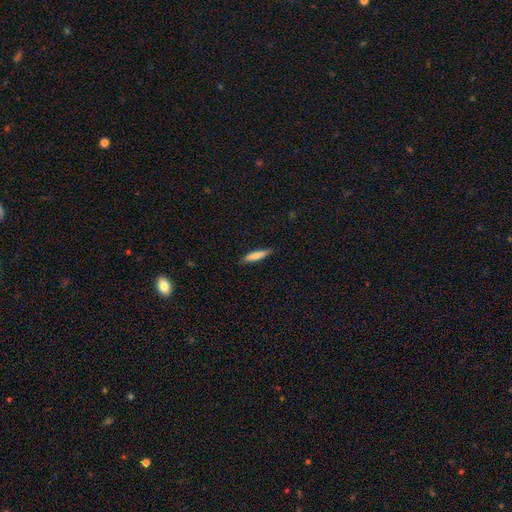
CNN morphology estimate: Smooth or featured?
  - smooth: 81% *
  - featured or disk: 13%
  - star or artifact: 6%
How rounded?
  - cigar-shaped: 83% *
  - in between: 15%
  - round: 1%
Merging?
  - none: 84% *
  - minor disturbance: 12%
  - major disturbance: 2%
  - merger: 1%